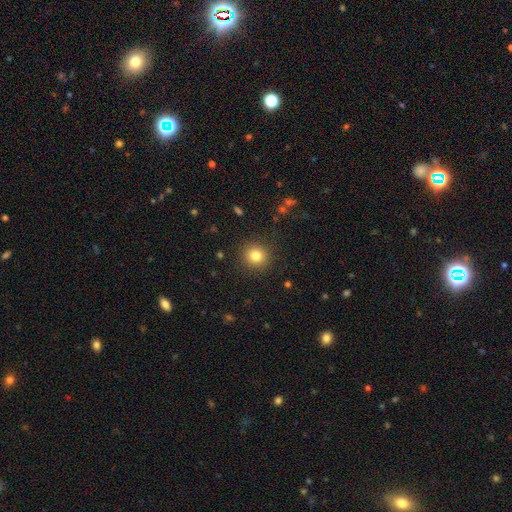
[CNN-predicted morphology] smooth 82%, star or artifact 12%, featured or disk 7%. Down the decision tree: how rounded — round (91%); merging — none (90%).